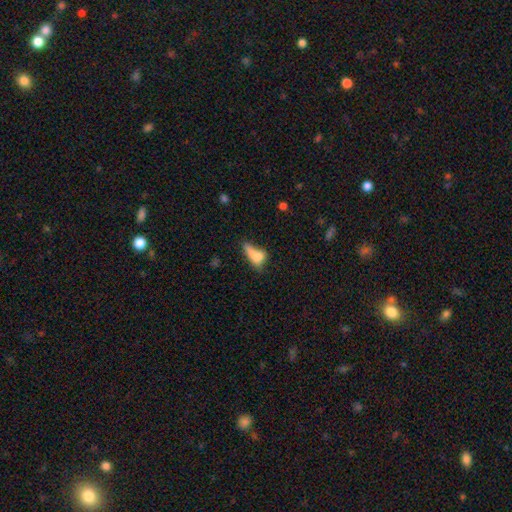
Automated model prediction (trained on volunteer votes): Smooth or featured? smooth (70%)
How rounded? in between (67%)
Merging? major disturbance (29%)